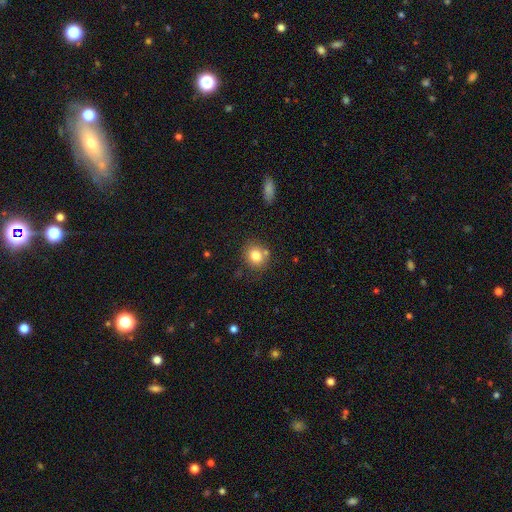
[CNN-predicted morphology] Smooth or featured? Predicted: smooth (p=0.82). How rounded? Predicted: round (p=0.77). Merging? Predicted: none (p=0.75).